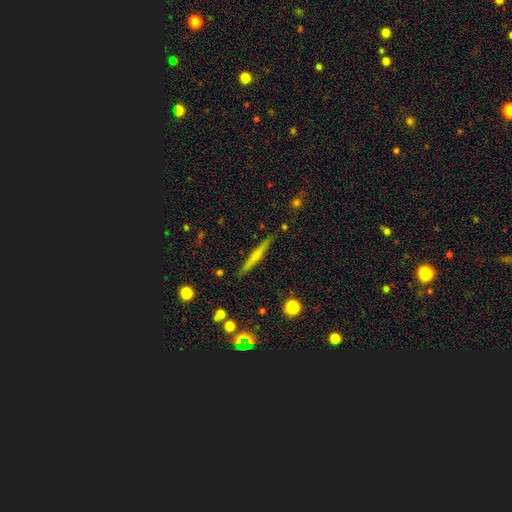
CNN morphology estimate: Q: Smooth or featured?
A: featured or disk (50%); runner-up: smooth (43%)
Q: Merging?
A: none (89%); runner-up: minor disturbance (8%)